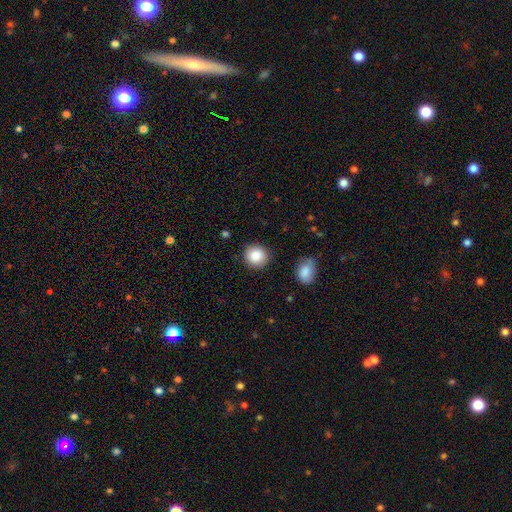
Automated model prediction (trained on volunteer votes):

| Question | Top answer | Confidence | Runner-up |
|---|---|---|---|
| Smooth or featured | smooth | 87% | star or artifact (8%) |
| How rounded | round | 89% | in between (10%) |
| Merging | none | 88% | minor disturbance (8%) |